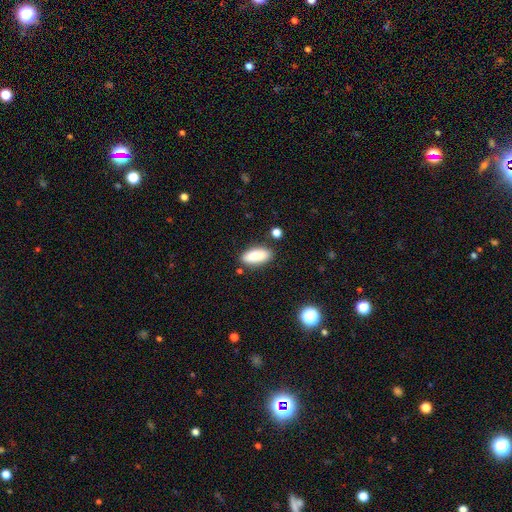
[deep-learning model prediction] Smooth or featured? Predicted: smooth (p=0.88). How rounded? Predicted: in between (p=0.86). Merging? Predicted: none (p=0.81).